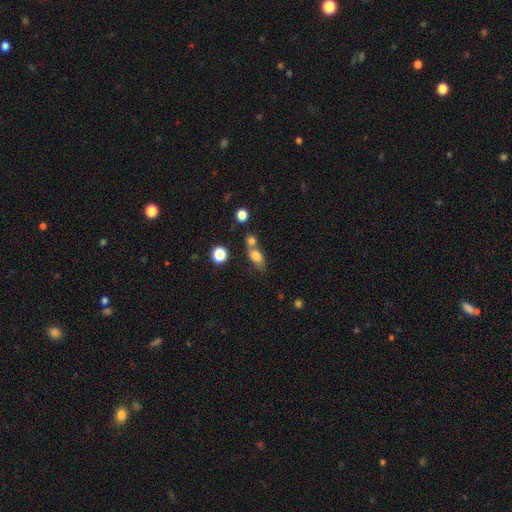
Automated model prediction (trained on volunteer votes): Overall: smooth (75%). How rounded: in between (72%). Merging: merger (41%, tied with none).